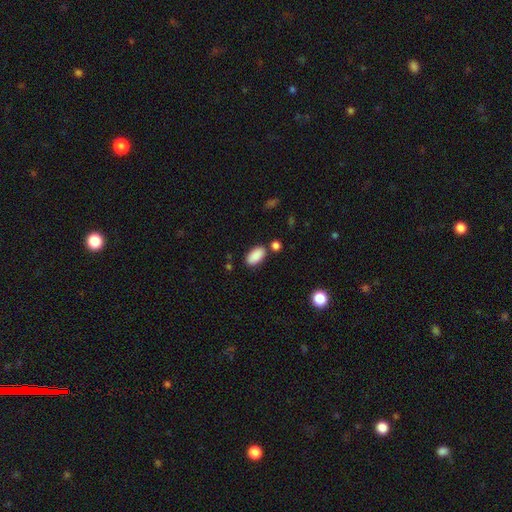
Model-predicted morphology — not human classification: smooth-or-featured: smooth: 89% | star or artifact: 7% | featured or disk: 4%
  how-rounded: in between: 94% | cigar-shaped: 4% | round: 3%
  merging: none: 78% | minor disturbance: 11% | merger: 8% | major disturbance: 3%